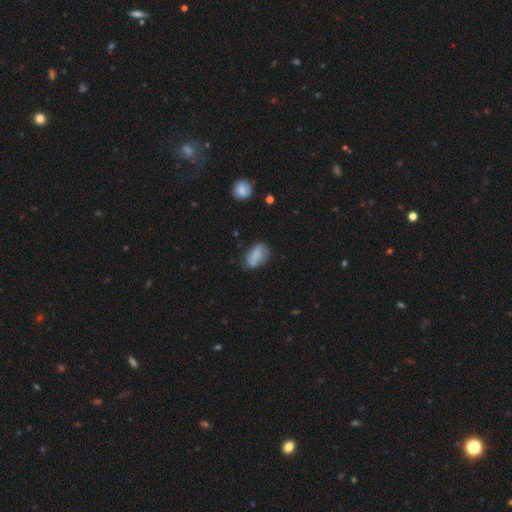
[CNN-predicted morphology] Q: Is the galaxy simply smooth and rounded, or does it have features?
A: smooth — 78%.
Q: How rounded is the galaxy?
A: in between — 89%.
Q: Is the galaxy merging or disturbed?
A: none — 58%.